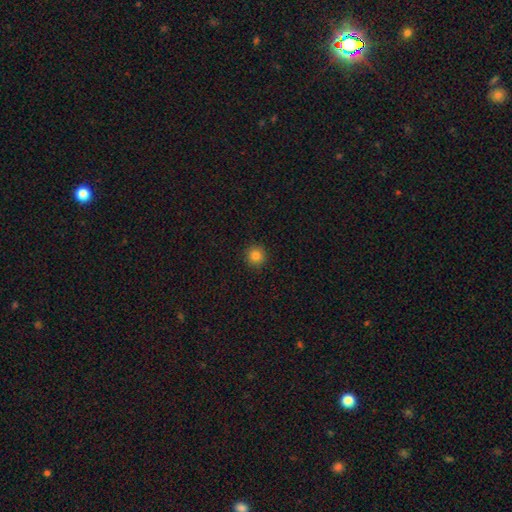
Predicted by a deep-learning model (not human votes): A smooth galaxy with no disk features (83%) that is round (94%).

Vote fractions:
- Smooth or featured? smooth: 83% / star or artifact: 12% / featured or disk: 4%
- How rounded? round: 94% / in between: 5% / cigar-shaped: 1%
- Merging? none: 93% / minor disturbance: 5% / major disturbance: 2% / merger: 1%